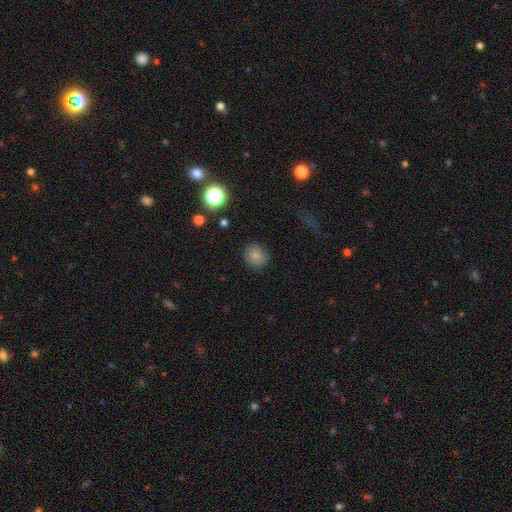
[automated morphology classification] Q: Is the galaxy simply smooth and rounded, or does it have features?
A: smooth — 81%.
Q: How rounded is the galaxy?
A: round — 80%.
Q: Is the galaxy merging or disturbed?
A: none — 87%.